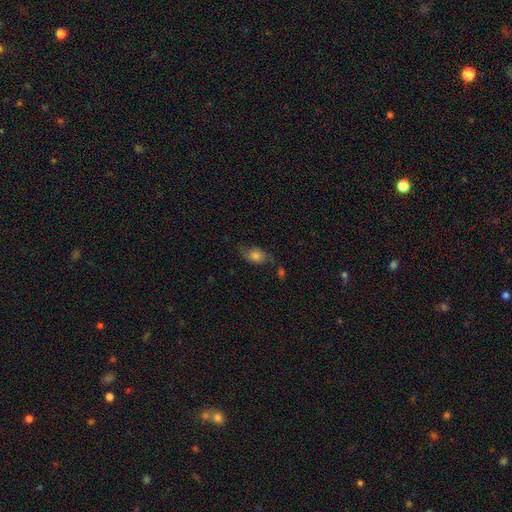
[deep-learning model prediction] smooth 53%, featured or disk 36%, star or artifact 11%. Down the decision tree: how rounded — in between (76%); merging — none (52%).